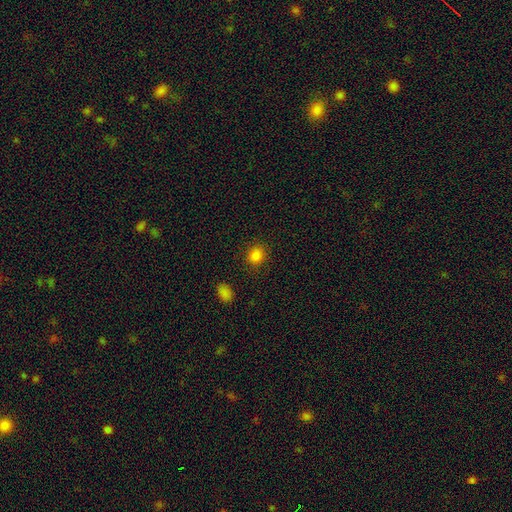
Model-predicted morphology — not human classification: Overall: smooth (84%). How rounded: round (73%). Merging: none (86%).